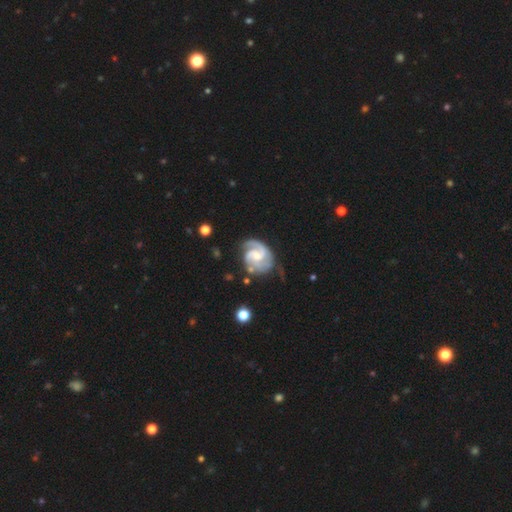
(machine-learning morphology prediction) smooth_or_featured: featured or disk (p=0.91) [alt: smooth p=0.05]
disk_edge_on: no (p=0.98) [alt: yes p=0.02]
bar: weak (p=0.47) [alt: no p=0.42]
has_spiral_arms: yes (p=0.98) [alt: no p=0.02]
spiral_winding: medium (p=0.47) [alt: tight p=0.43]
spiral_arm_count: 2 (p=0.74) [alt: 3 p=0.12]
bulge_size: moderate (p=0.47) [alt: small p=0.40]
merging: none (p=0.63) [alt: minor disturbance p=0.22]